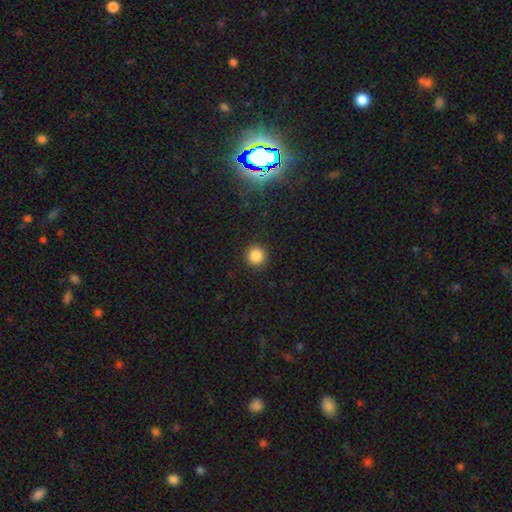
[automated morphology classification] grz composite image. It shows a smooth galaxy with no disk features (85%) that is round (95%). Merging: none (92%).